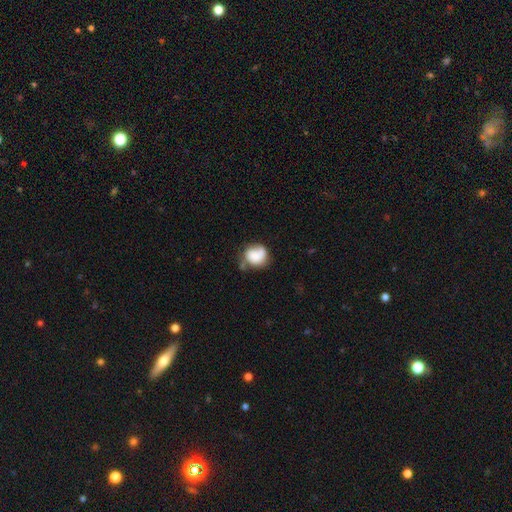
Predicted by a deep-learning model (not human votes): Smooth or featured?
  - smooth: 68% *
  - featured or disk: 24%
  - star or artifact: 8%
How rounded?
  - round: 71% *
  - in between: 28%
  - cigar-shaped: 1%
Merging?
  - none: 45% *
  - minor disturbance: 29%
  - major disturbance: 15%
  - merger: 11%